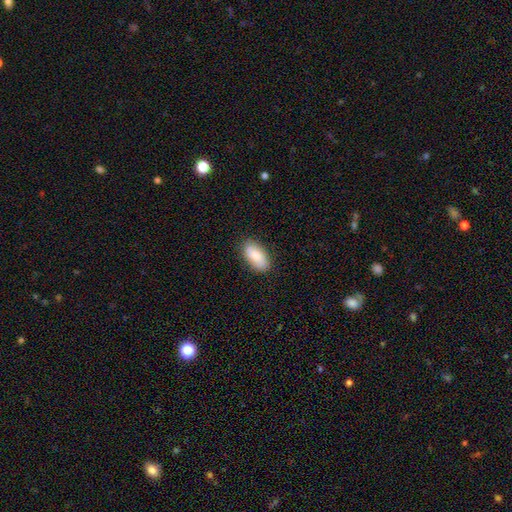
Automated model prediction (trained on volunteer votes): A smooth galaxy with no disk features (84%) that is in between round and cigar-shaped (91%). Merging: none (86%).